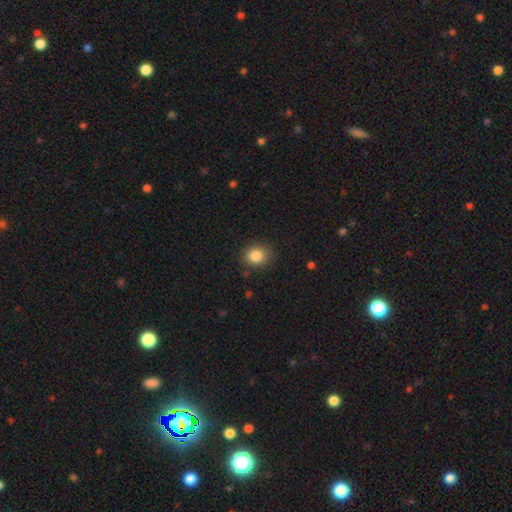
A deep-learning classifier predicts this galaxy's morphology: Smooth or featured?
  - smooth: 85% *
  - star or artifact: 10%
  - featured or disk: 5%
How rounded?
  - round: 71% *
  - in between: 28%
  - cigar-shaped: 1%
Merging?
  - none: 85% *
  - minor disturbance: 11%
  - major disturbance: 3%
  - merger: 2%